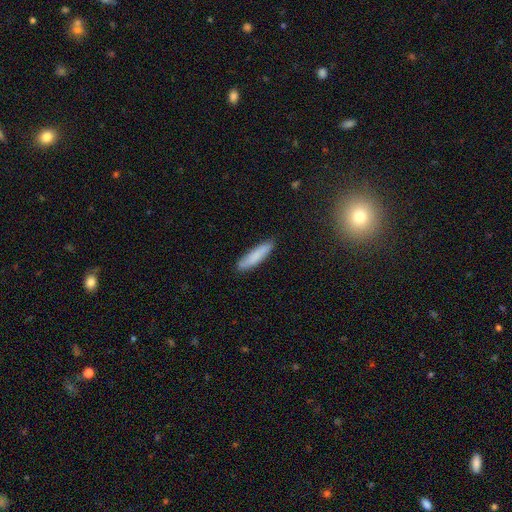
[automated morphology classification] This is clearly a smooth galaxy (82%). How rounded: clearly cigar-shaped (81%). Merging: clearly none (86%).